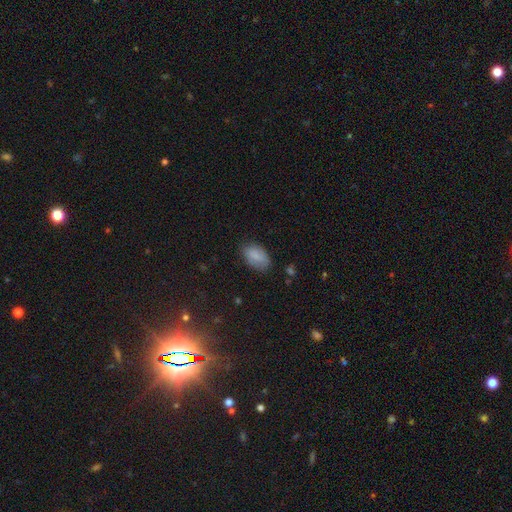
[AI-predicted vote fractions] Overall: smooth (84%). How rounded: in between (92%). Merging: none (74%).